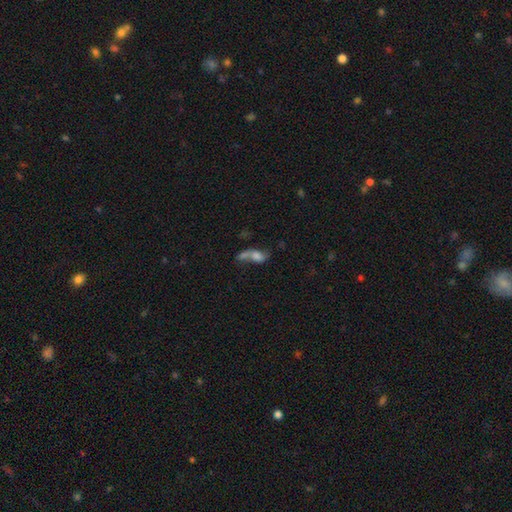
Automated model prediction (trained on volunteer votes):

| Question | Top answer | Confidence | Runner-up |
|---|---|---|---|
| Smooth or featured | smooth | 54% | featured or disk (31%) |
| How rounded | in between | 72% | round (17%) |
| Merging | merger | 59% | none (18%) |